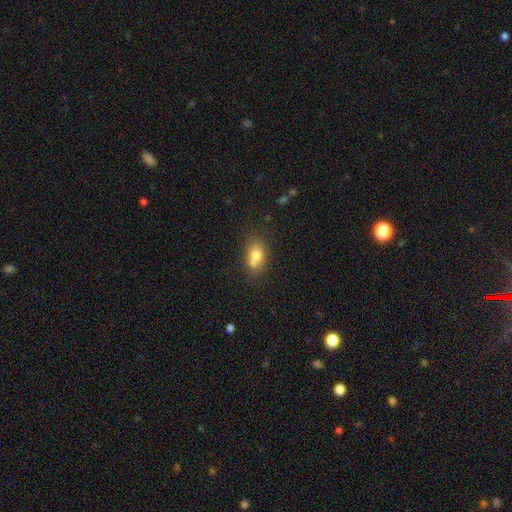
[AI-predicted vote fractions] A smooth galaxy with no disk features (72%) that is in between round and cigar-shaped (77%). Merging: none (46%).